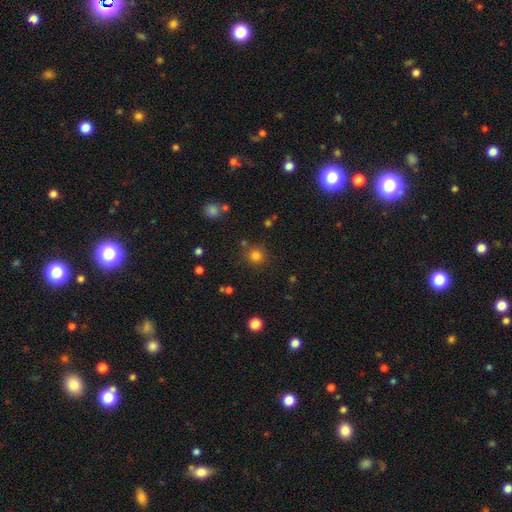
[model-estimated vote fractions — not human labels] smooth_or_featured: smooth (p=0.78) [alt: star or artifact p=0.17]
how_rounded: round (p=0.93) [alt: in between p=0.06]
merging: none (p=0.83) [alt: minor disturbance p=0.08]